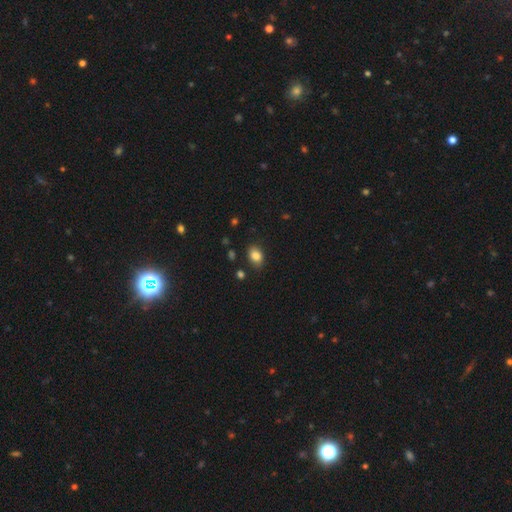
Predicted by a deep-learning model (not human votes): A smooth galaxy with no disk features (84%) that is in between round and cigar-shaped (77%).

Vote fractions:
- Smooth or featured? smooth: 84% / star or artifact: 9% / featured or disk: 6%
- How rounded? in between: 77% / round: 22% / cigar-shaped: 1%
- Merging? none: 83% / minor disturbance: 12% / major disturbance: 3% / merger: 2%